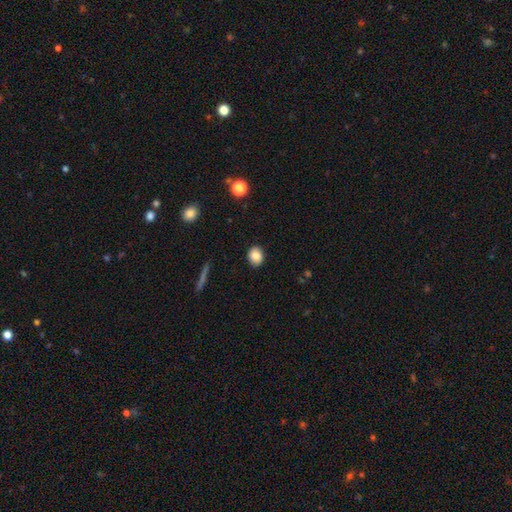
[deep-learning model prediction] The model was most divided on "how rounded": round: 59%, in between: 40%, cigar-shaped: 1%. More confident: merging — none (89%); smooth or featured — smooth (84%).